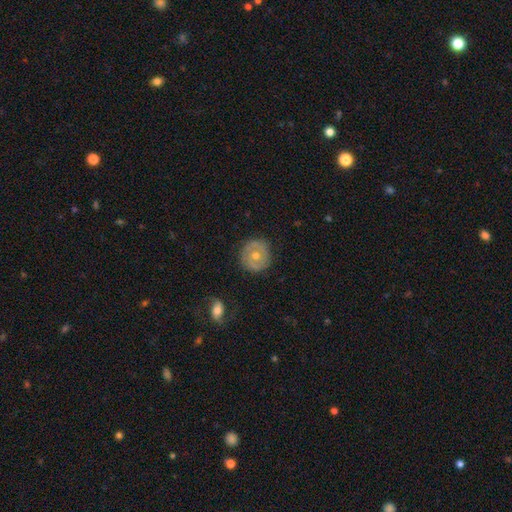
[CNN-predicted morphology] Q: Smooth or featured?
A: featured or disk (49%); runner-up: smooth (43%)
Q: Merging?
A: none (83%); runner-up: minor disturbance (13%)